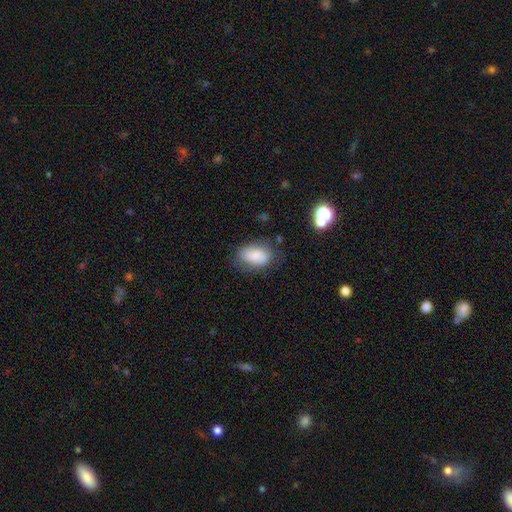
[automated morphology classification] Smooth or featured? smooth (77%)
How rounded? in between (89%)
Merging? none (66%)